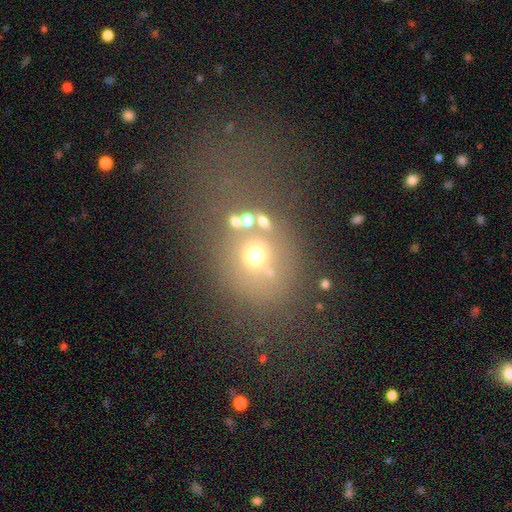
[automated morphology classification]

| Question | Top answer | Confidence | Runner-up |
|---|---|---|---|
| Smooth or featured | smooth | 52% | star or artifact (25%) |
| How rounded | round | 50% | in between (49%) |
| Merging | none | 44% | merger (24%) |